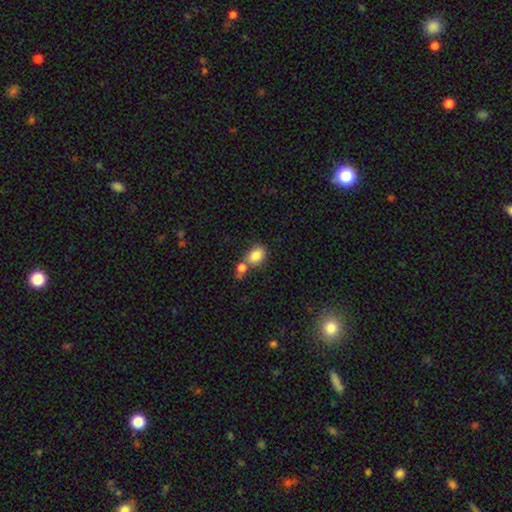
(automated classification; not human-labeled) smooth-or-featured: smooth: 84% | star or artifact: 9% | featured or disk: 7%
  how-rounded: in between: 61% | round: 37% | cigar-shaped: 1%
  merging: none: 52% | merger: 31% | minor disturbance: 12% | major disturbance: 5%